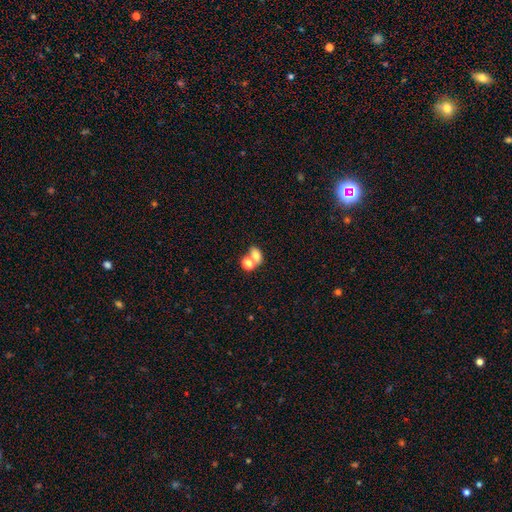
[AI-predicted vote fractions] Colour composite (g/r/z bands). It shows a smooth galaxy with no disk features (74%) that is in between round and cigar-shaped (70%). Merging: merger (49%).